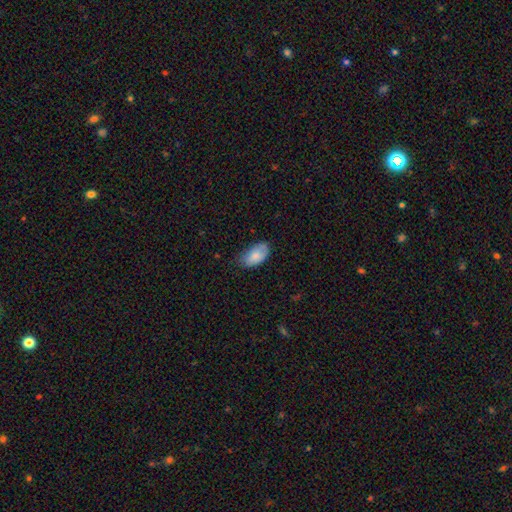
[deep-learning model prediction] smooth_or_featured: smooth (p=0.82) [alt: featured or disk p=0.12]
how_rounded: in between (p=0.94) [alt: round p=0.04]
merging: none (p=0.59) [alt: minor disturbance p=0.33]